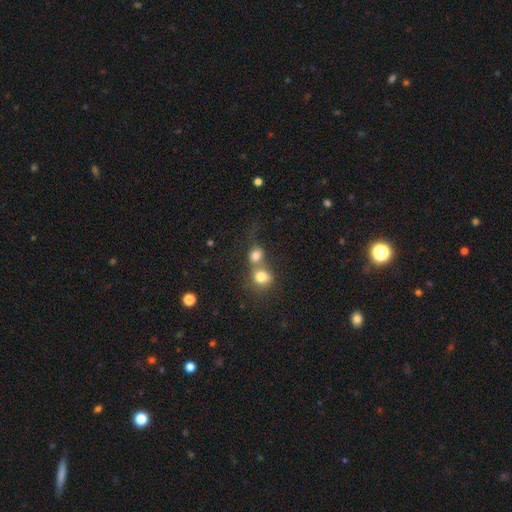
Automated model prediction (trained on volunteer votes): Smooth or featured? Predicted: smooth (p=0.77). How rounded? Predicted: round (p=0.66). Merging? Predicted: merger (p=0.65).